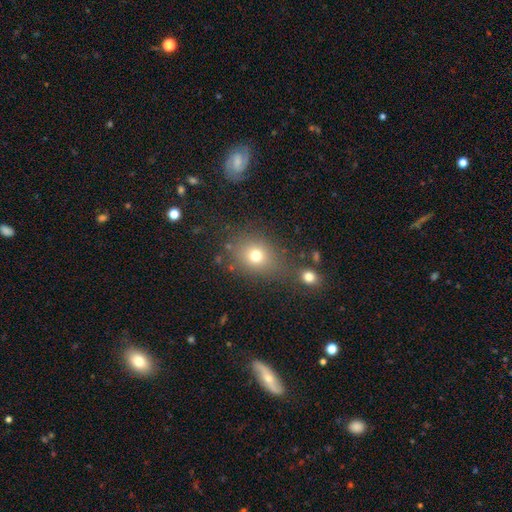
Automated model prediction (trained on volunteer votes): This appears to be a smooth galaxy with no disk features (72%) that is round (57%). Merging: none (66%).